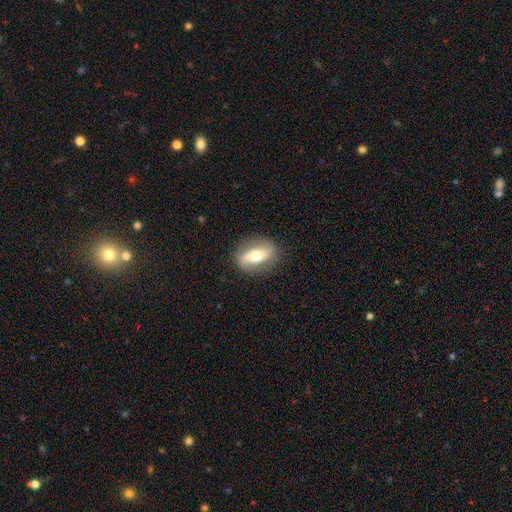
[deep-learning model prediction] Smooth or featured? Predicted: featured or disk (p=0.53). Edge-on disk? Predicted: no (p=0.83). Merging? Predicted: none (p=0.84).